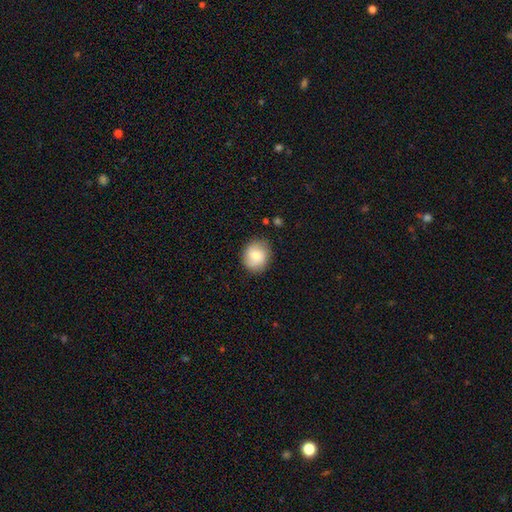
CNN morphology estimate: smooth-or-featured: smooth: 76% | featured or disk: 16% | star or artifact: 8%
  how-rounded: round: 72% | in between: 27% | cigar-shaped: 1%
  merging: none: 85% | minor disturbance: 11% | major disturbance: 3% | merger: 1%